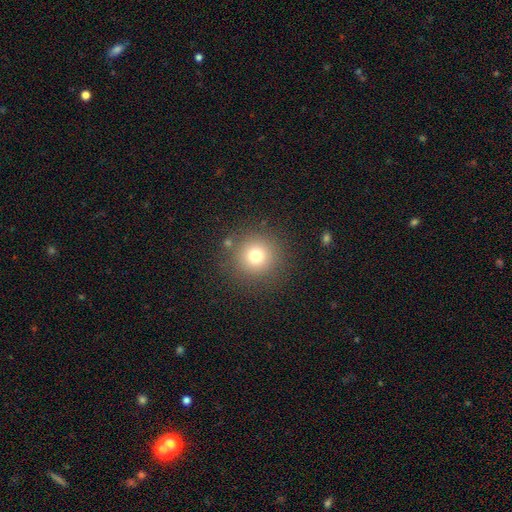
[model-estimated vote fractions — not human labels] Smooth or featured: smooth — 74% (star or artifact — 16%)
How rounded: round — 95% (in between — 4%)
Merging: none — 86% (minor disturbance — 7%)